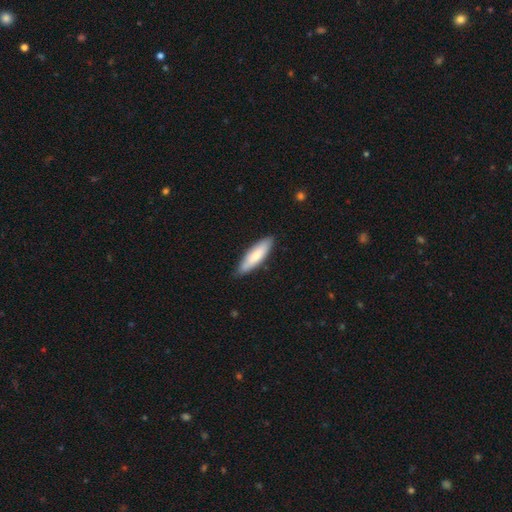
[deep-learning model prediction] This appears to be a smooth galaxy with no disk features (74%) that is cigar-shaped (59%). Merging: none (85%).